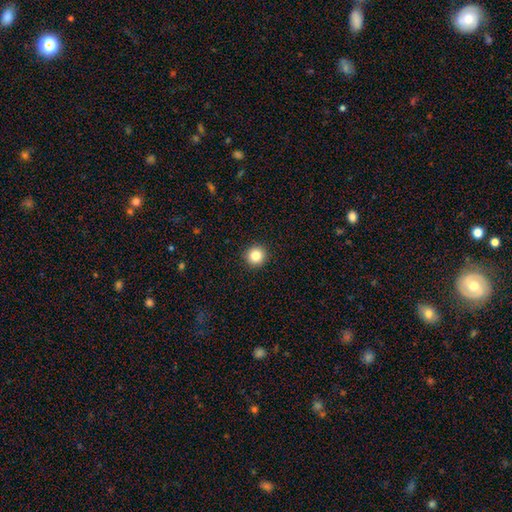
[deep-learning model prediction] A smooth galaxy with no disk features (83%) that is round (95%).

Vote fractions:
- Smooth or featured? smooth: 83% / star or artifact: 11% / featured or disk: 6%
- How rounded? round: 95% / in between: 4% / cigar-shaped: 1%
- Merging? none: 93% / minor disturbance: 4% / major disturbance: 1% / merger: 1%